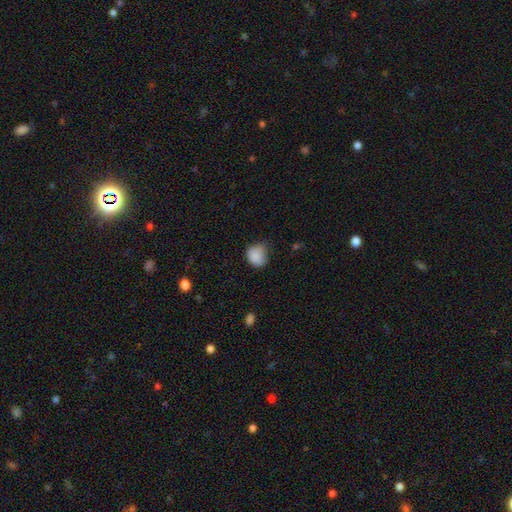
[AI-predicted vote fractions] A smooth galaxy with no disk features (85%) that is round (62%).

Vote fractions:
- Smooth or featured? smooth: 85% / star or artifact: 10% / featured or disk: 5%
- How rounded? round: 62% / in between: 37% / cigar-shaped: 1%
- Merging? none: 46% / minor disturbance: 41% / major disturbance: 11% / merger: 2%